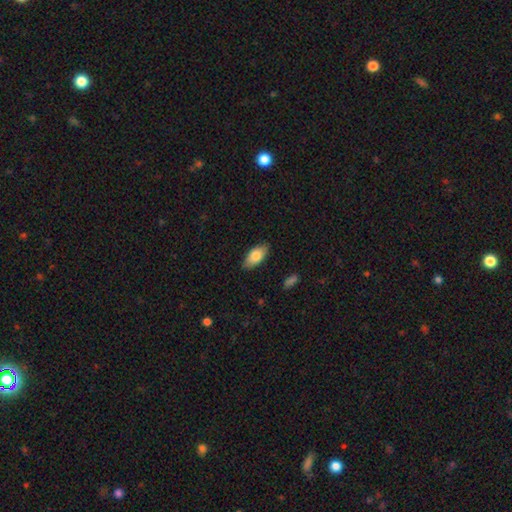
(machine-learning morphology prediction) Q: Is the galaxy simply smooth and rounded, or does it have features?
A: smooth — 82%.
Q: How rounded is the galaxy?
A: in between — 91%.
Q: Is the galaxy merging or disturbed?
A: none — 86%.